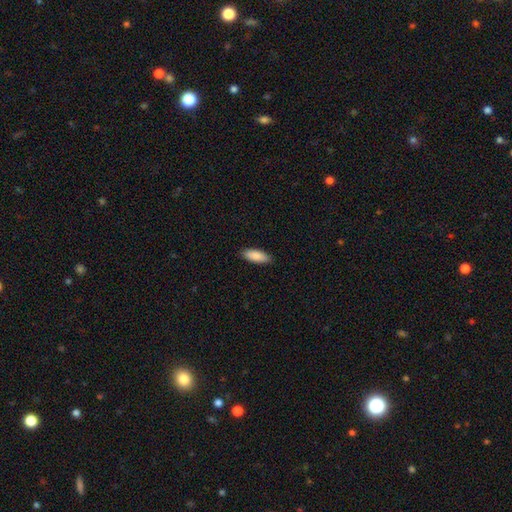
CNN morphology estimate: smooth 89%, star or artifact 5%, featured or disk 5%. Down the decision tree: how rounded — in between (71%); merging — none (89%).